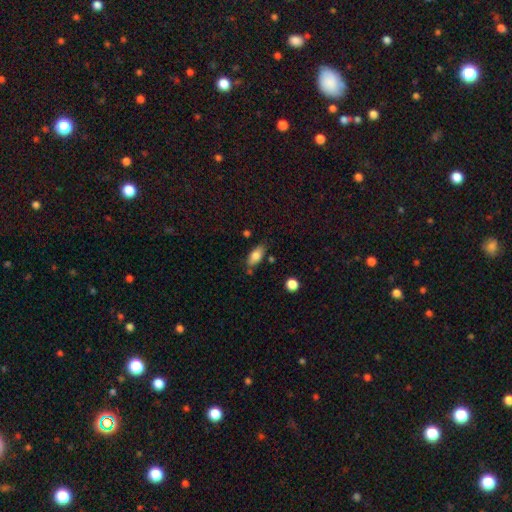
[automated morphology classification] A smooth galaxy with no disk features (79%) that is in between round and cigar-shaped (84%). Merging: none (74%).